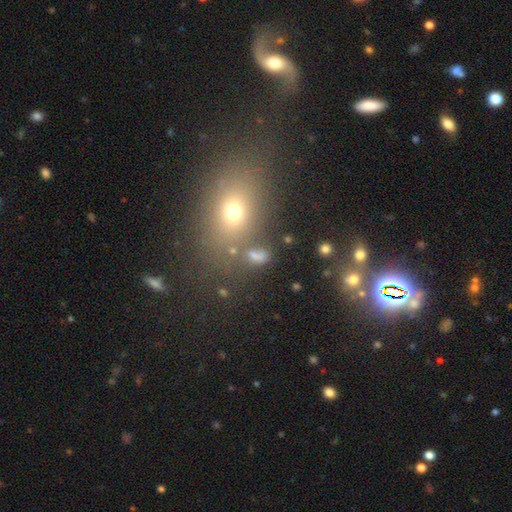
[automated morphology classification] smooth-or-featured: smooth: 57% | star or artifact: 27% | featured or disk: 16%
  how-rounded: in between: 63% | round: 34% | cigar-shaped: 4%
  merging: none: 70% | minor disturbance: 12% | merger: 11% | major disturbance: 7%